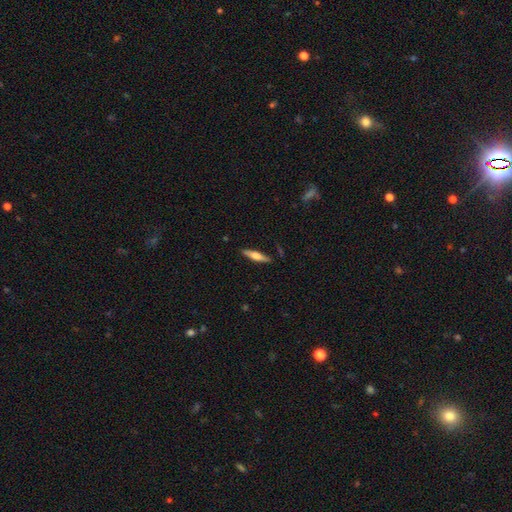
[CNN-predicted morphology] This appears to be a featured or disk galaxy (49%). Merging: none (87%).